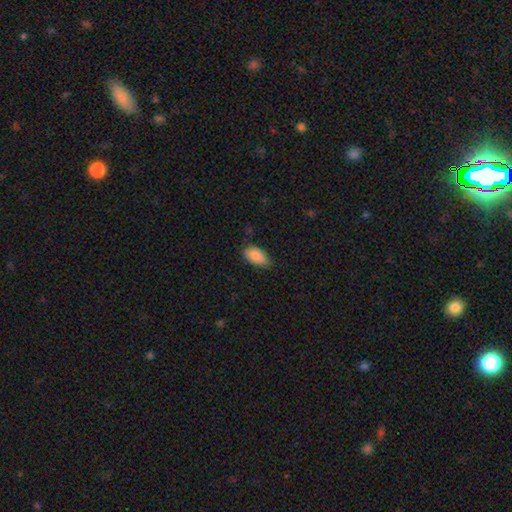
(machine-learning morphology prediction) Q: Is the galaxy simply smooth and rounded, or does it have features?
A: smooth — 88%.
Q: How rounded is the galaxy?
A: in between — 94%.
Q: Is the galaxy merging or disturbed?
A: none — 76%.